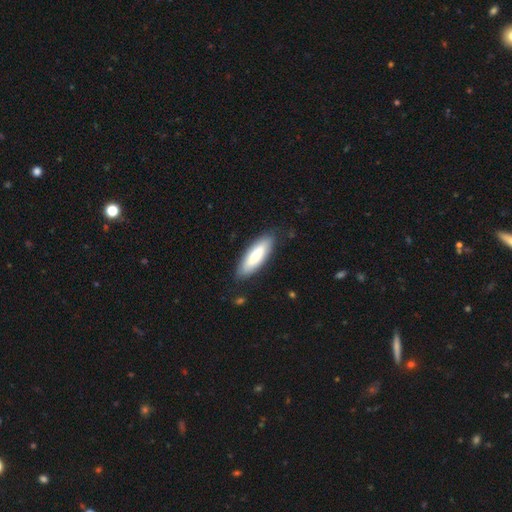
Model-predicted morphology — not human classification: Smooth or featured?
  - smooth: 75% *
  - featured or disk: 20%
  - star or artifact: 5%
How rounded?
  - in between: 57% *
  - cigar-shaped: 42%
  - round: 2%
Merging?
  - none: 84% *
  - minor disturbance: 12%
  - major disturbance: 3%
  - merger: 1%